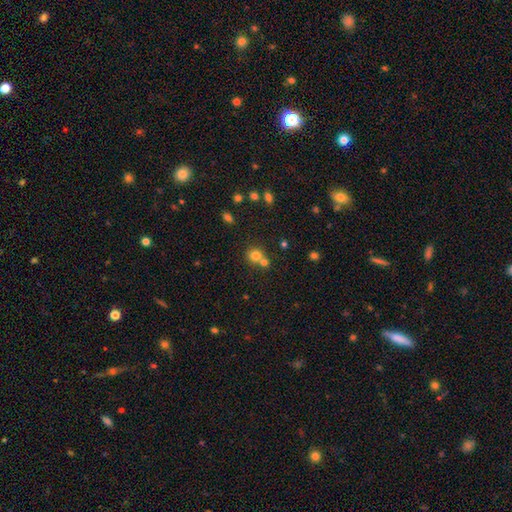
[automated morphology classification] This appears to be a smooth galaxy with no disk features (75%) that is round (86%). Merging: none (48%).